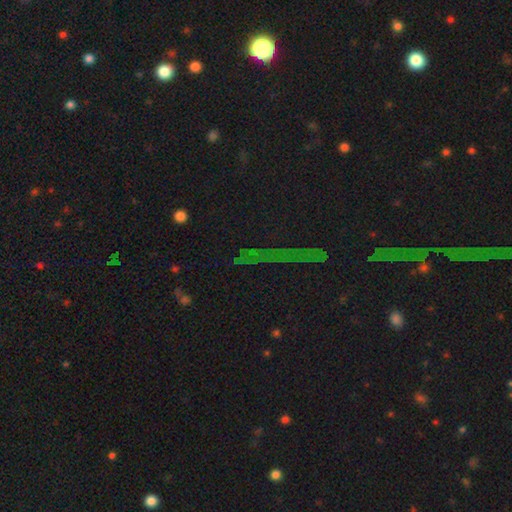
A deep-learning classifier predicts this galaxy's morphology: A star or artifact, not a galaxy (74%).